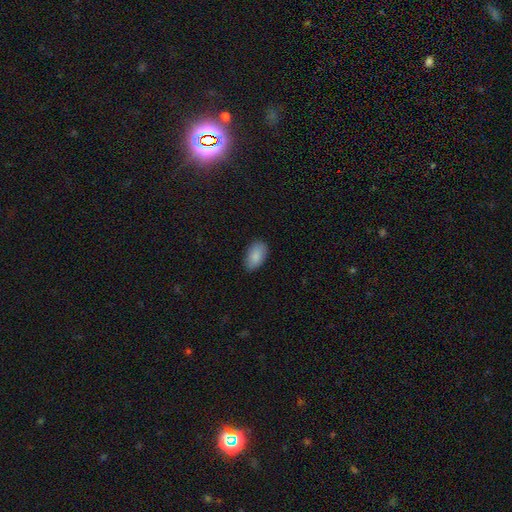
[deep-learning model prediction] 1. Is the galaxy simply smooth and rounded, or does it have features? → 88% smooth, 6% star or artifact, 5% featured or disk.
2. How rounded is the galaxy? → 94% in between, 4% round, 2% cigar-shaped.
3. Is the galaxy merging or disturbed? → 85% none, 12% minor disturbance, 2% major disturbance, 1% merger.